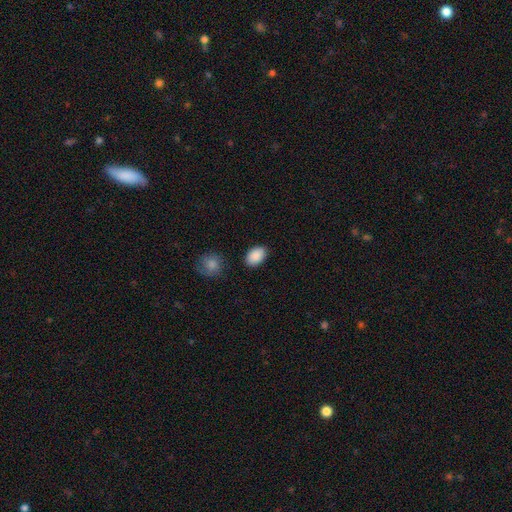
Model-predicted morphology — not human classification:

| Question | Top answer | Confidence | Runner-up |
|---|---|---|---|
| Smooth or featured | smooth | 90% | star or artifact (7%) |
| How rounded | in between | 88% | round (11%) |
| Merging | none | 85% | minor disturbance (10%) |